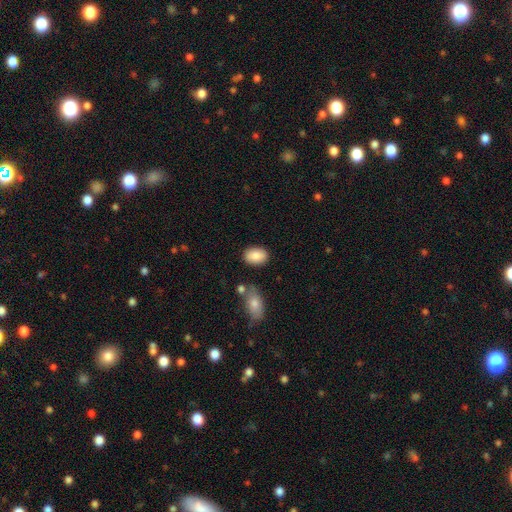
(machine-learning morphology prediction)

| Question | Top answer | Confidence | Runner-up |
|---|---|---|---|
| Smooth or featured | smooth | 87% | star or artifact (7%) |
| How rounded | in between | 85% | round (14%) |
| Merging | none | 83% | minor disturbance (10%) |